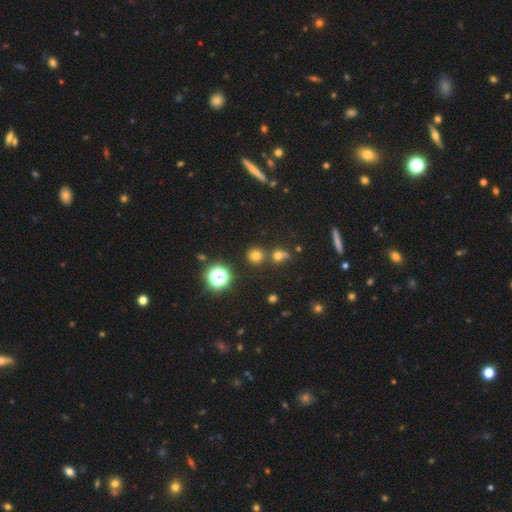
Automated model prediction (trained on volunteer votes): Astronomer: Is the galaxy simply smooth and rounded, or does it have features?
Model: smooth — 70%.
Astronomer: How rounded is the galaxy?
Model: round — 92%.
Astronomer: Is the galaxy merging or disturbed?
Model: none — 73%.